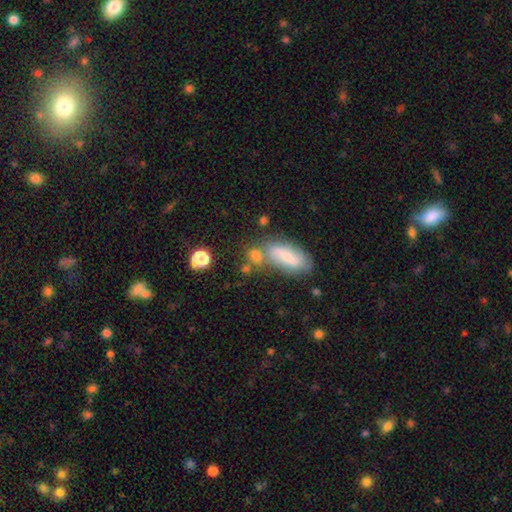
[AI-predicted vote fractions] A smooth galaxy with no disk features (70%) that is in between round and cigar-shaped (57%). Merging: none (45%).